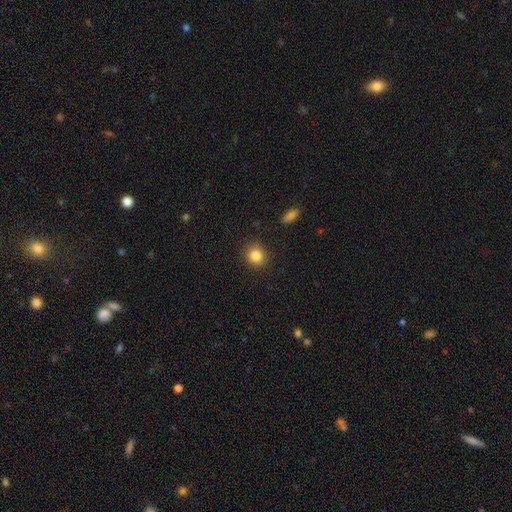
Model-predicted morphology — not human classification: type=smooth (84%); roundness=round (86%); merging=none (89%).